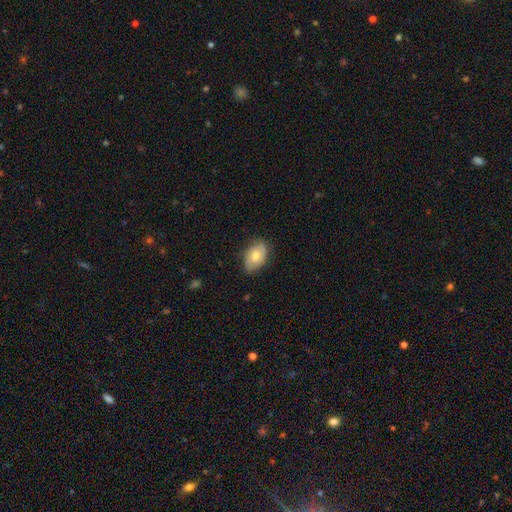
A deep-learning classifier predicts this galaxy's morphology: Smooth or featured?
  - smooth: 68% *
  - featured or disk: 26%
  - star or artifact: 7%
How rounded?
  - in between: 88% *
  - round: 11%
  - cigar-shaped: 1%
Merging?
  - none: 75% *
  - minor disturbance: 20%
  - major disturbance: 4%
  - merger: 1%